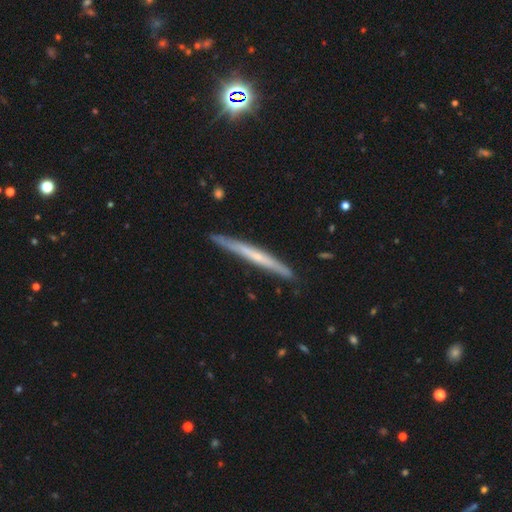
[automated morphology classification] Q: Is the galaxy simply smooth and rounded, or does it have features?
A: featured or disk — 58%.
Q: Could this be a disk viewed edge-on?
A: yes — 95%.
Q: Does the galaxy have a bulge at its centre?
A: none — 64%.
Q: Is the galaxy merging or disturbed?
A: none — 87%.